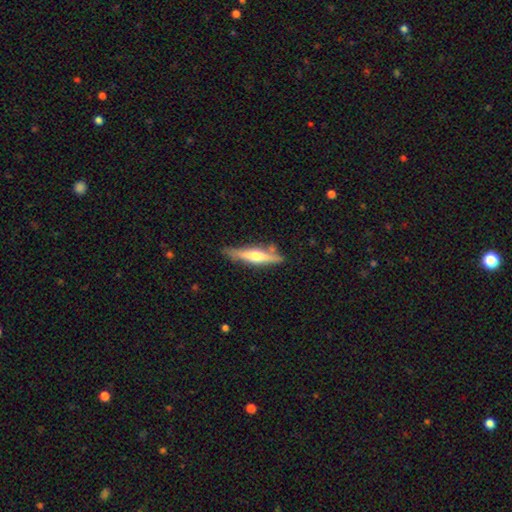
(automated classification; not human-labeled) This appears to be a featured or disk galaxy (57%) viewed edge-on (94%) with a rounded central bulge (85%). Merging: none (77%).